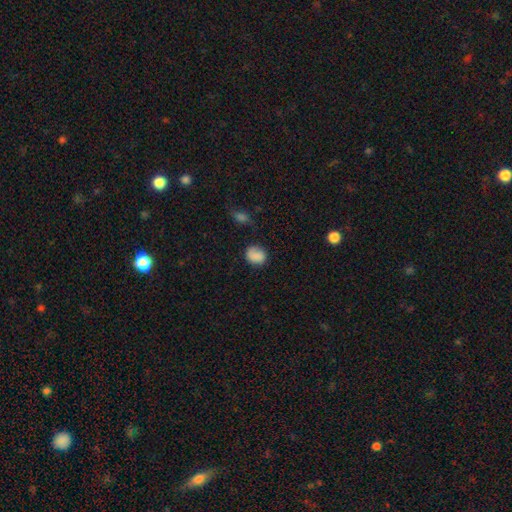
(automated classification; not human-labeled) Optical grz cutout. It shows a smooth galaxy with no disk features (83%) that is round (56%). Merging: none (68%).